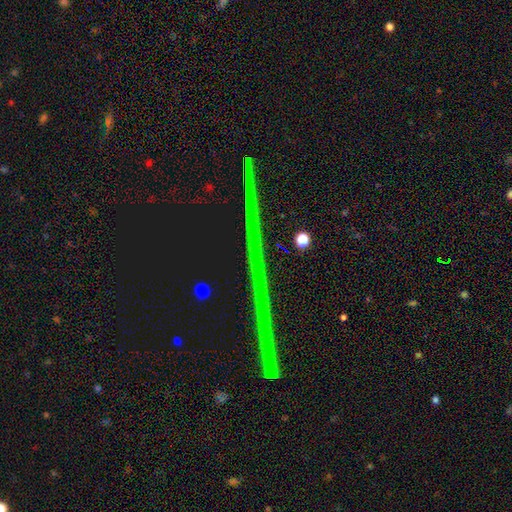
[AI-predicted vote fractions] A star or artifact, not a galaxy (77%).

Vote fractions:
- Smooth or featured? star or artifact: 77% / featured or disk: 14% / smooth: 8%